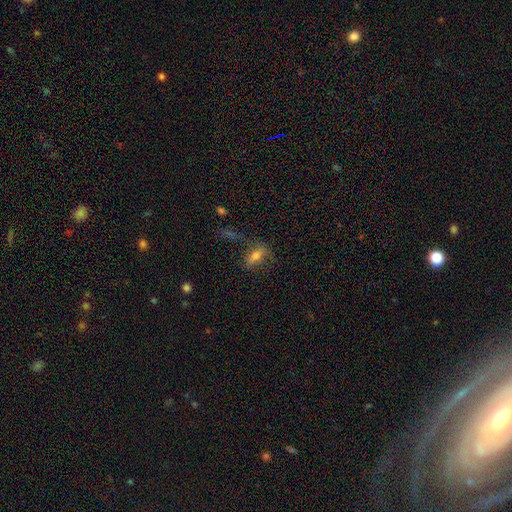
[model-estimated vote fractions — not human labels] smooth 54%, featured or disk 34%, star or artifact 12%. Down the decision tree: how rounded — in between (73%); merging — none (59%).